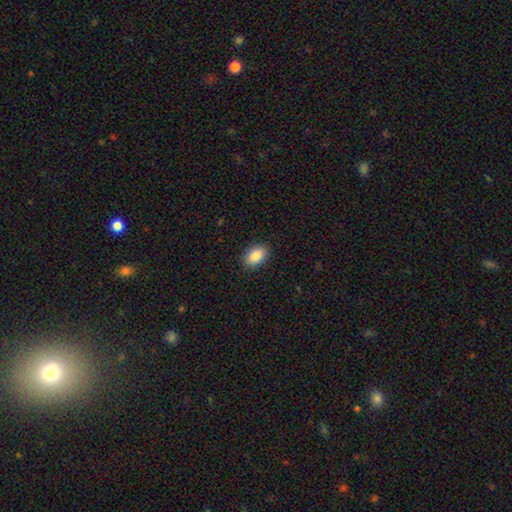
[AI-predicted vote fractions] Smooth or featured?
  - smooth: 88% *
  - star or artifact: 7%
  - featured or disk: 4%
How rounded?
  - in between: 89% *
  - round: 9%
  - cigar-shaped: 1%
Merging?
  - none: 90% *
  - minor disturbance: 8%
  - major disturbance: 2%
  - merger: 1%